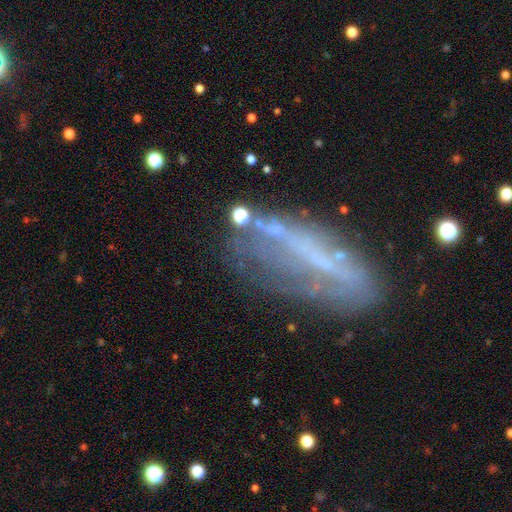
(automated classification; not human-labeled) Smooth or featured? Predicted: featured or disk (p=0.56). Edge-on disk? Predicted: no (p=0.67). Merging? Predicted: none (p=0.54).